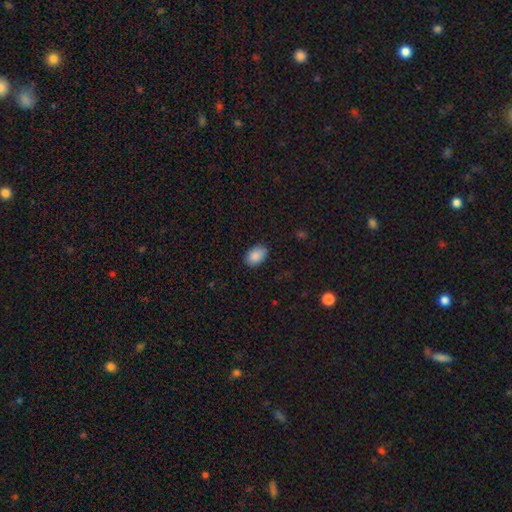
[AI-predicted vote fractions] This is clearly a smooth galaxy (89%). How rounded: clearly in between (86%). Merging: clearly none (87%).